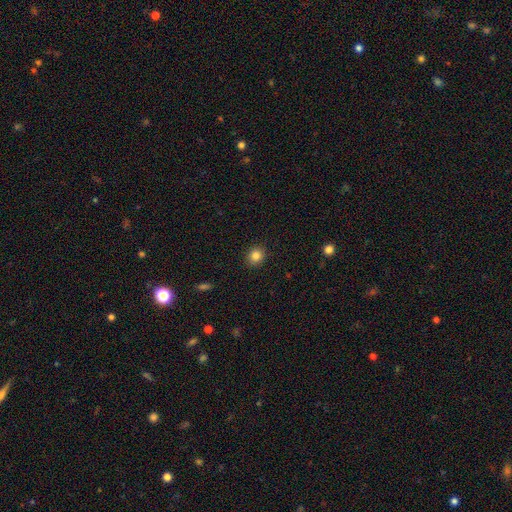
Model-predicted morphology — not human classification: Smooth or featured? Predicted: smooth (p=0.84). How rounded? Predicted: round (p=0.76). Merging? Predicted: none (p=0.91).